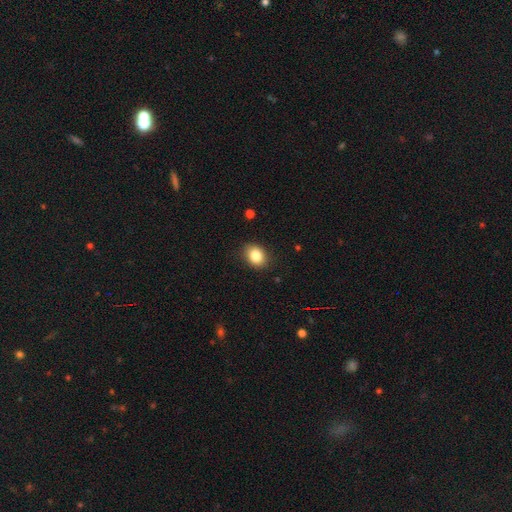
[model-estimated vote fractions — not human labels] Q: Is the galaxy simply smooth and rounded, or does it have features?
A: smooth — 84%.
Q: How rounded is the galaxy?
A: in between — 58%.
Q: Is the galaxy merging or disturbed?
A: none — 87%.